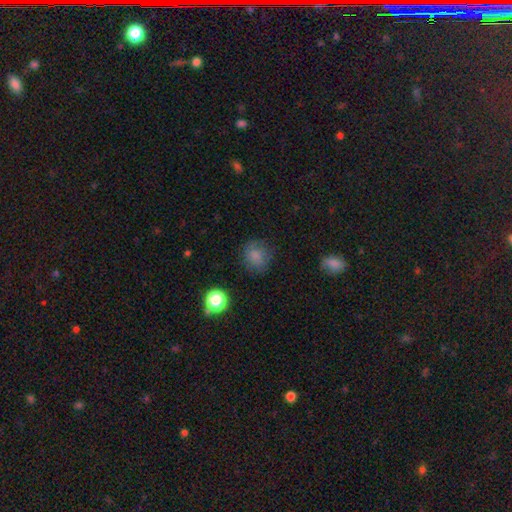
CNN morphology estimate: This appears to be a smooth galaxy with no disk features (78%) that is round (77%). Merging: none (74%).